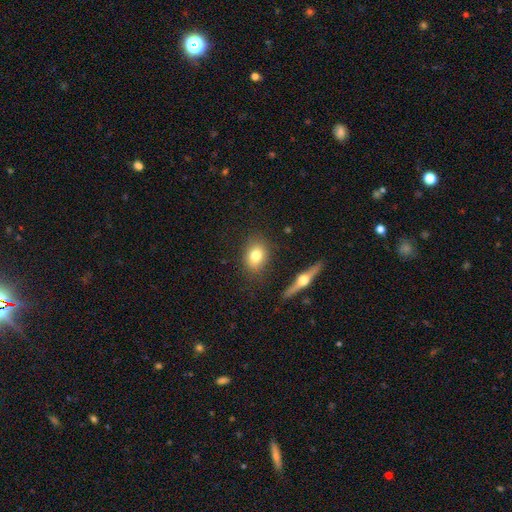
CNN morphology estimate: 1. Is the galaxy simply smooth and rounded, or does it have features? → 74% smooth, 18% featured or disk, 8% star or artifact.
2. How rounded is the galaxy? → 63% in between, 34% round, 3% cigar-shaped.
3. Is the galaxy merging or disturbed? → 82% none, 11% minor disturbance, 4% merger, 3% major disturbance.